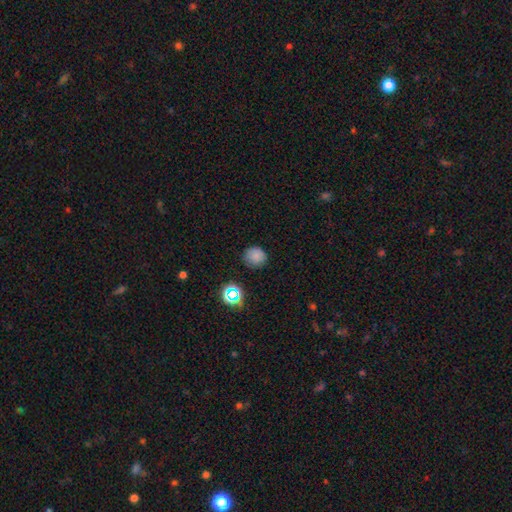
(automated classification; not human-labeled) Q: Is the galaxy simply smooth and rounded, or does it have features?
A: smooth — 78%.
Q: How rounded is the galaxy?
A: round — 86%.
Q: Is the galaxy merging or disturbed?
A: none — 83%.